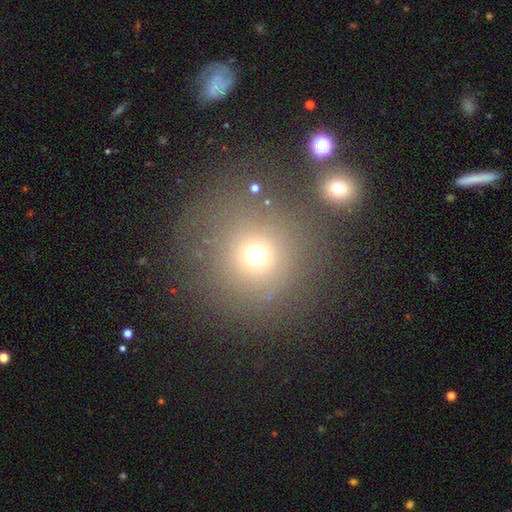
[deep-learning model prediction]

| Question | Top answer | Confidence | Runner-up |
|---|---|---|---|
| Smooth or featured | smooth | 66% | star or artifact (24%) |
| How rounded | round | 90% | in between (9%) |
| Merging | none | 74% | minor disturbance (10%) |